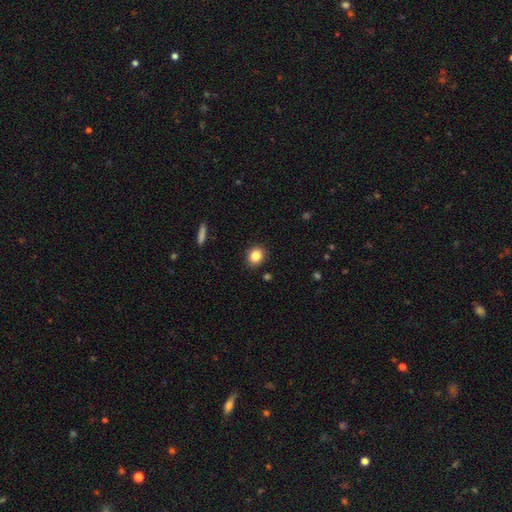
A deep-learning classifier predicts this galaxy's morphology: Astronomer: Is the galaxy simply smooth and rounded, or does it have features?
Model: smooth — 84%.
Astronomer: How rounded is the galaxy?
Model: round — 72%.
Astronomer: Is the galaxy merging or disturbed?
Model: none — 90%.